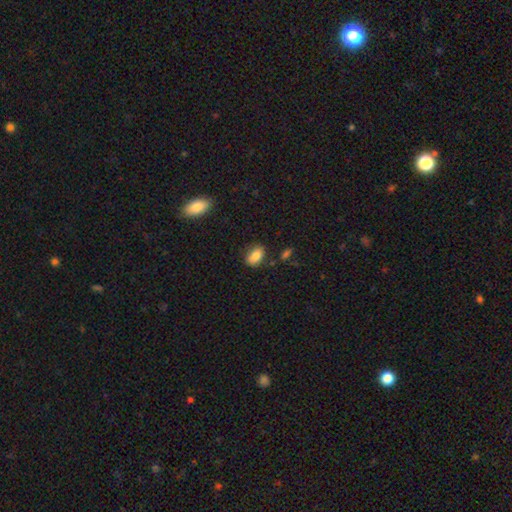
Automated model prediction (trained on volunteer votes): A smooth galaxy with no disk features (82%) that is in between round and cigar-shaped (85%). Merging: none (75%).